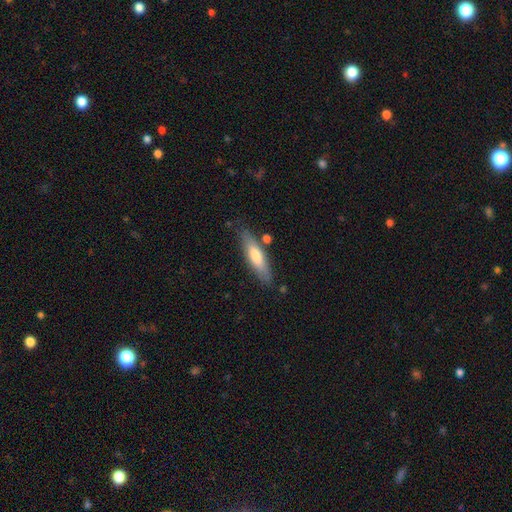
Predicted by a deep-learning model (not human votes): smooth 65%, featured or disk 29%, star or artifact 6%. Down the decision tree: how rounded — cigar-shaped (71%); merging — none (80%).